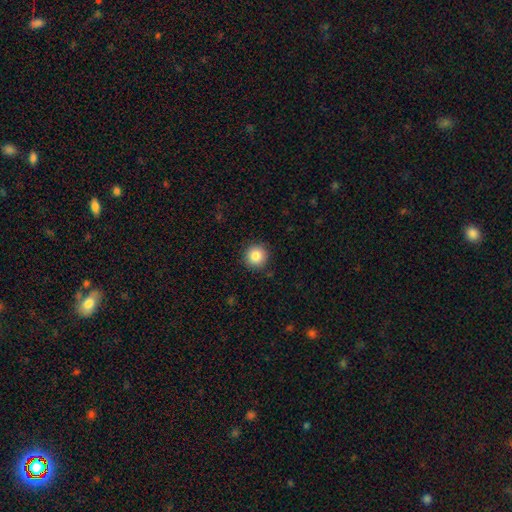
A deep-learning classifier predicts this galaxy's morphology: Smooth or featured: smooth — 85% (star or artifact — 10%)
How rounded: round — 95% (in between — 4%)
Merging: none — 90% (minor disturbance — 7%)